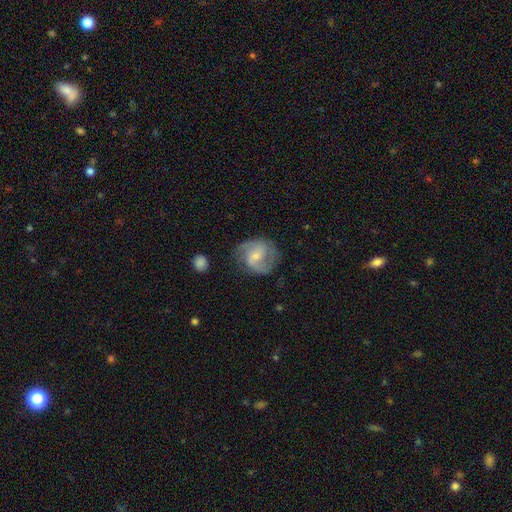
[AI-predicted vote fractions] A featured or disk galaxy (73%) with a weak bar (49%), 2 (84%) medium (50%) spiral arms (91%) and a small central bulge (60%).

Vote fractions:
- Smooth or featured? featured or disk: 73% / smooth: 21% / star or artifact: 6%
- Edge-on disk? no: 98% / yes: 2%
- Bar? weak: 49% / no: 34% / strong: 16%
- Spiral arms? yes: 91% / no: 9%
- Spiral winding? medium: 50% / loose: 31% / tight: 19%
- Spiral arm count? 2: 84% / can't tell: 7% / 1: 4% / 3: 2% / 4: 1% / more than 4: 1%
- Bulge size? small: 60% / moderate: 34% / none: 4% / large: 2% / dominant: 1%
- Merging? none: 66% / minor disturbance: 21% / major disturbance: 11% / merger: 2%